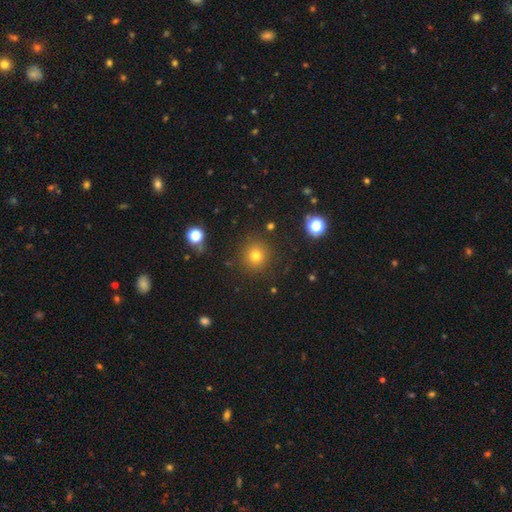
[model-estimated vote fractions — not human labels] smooth-or-featured: smooth: 76% | star or artifact: 17% | featured or disk: 7%
  how-rounded: round: 93% | in between: 6% | cigar-shaped: 1%
  merging: none: 89% | minor disturbance: 7% | major disturbance: 3% | merger: 2%